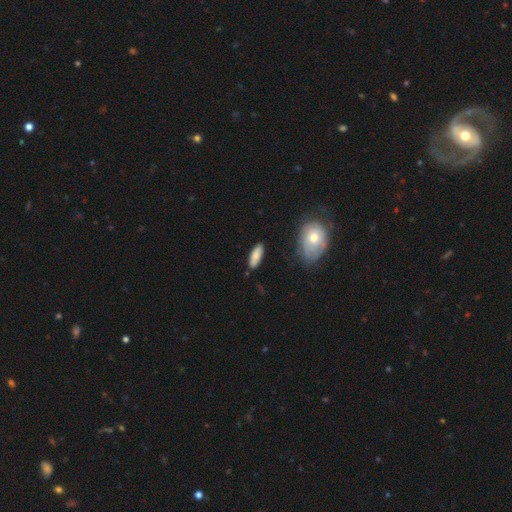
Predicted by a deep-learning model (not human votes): A smooth galaxy with no disk features (80%) that is in between round and cigar-shaped (63%). Merging: none (83%).